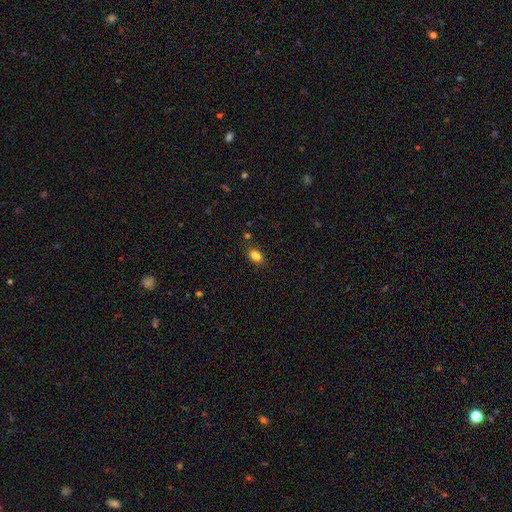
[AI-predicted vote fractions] smooth-or-featured: smooth: 85% | star or artifact: 10% | featured or disk: 5%
  how-rounded: in between: 86% | round: 11% | cigar-shaped: 3%
  merging: none: 80% | minor disturbance: 13% | merger: 3% | major disturbance: 3%